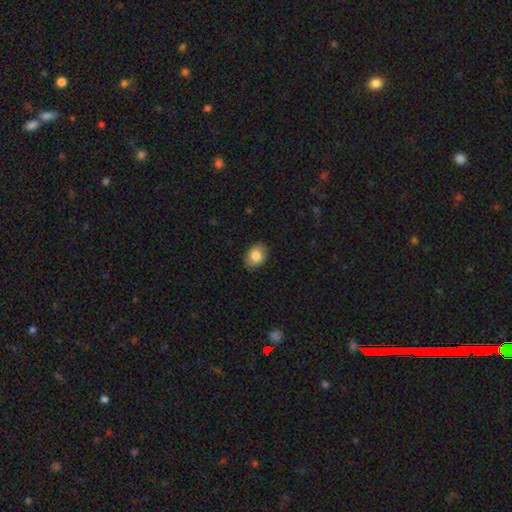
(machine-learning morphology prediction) smooth 83%, featured or disk 10%, star or artifact 7%. Down the decision tree: how rounded — in between (78%); merging — none (86%).